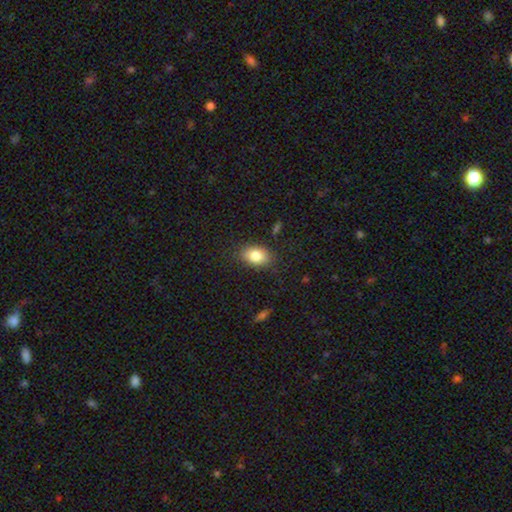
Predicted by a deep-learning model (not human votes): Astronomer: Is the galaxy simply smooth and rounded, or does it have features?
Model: smooth — 82%.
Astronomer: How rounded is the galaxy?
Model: in between — 82%.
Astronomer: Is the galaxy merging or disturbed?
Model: none — 83%.